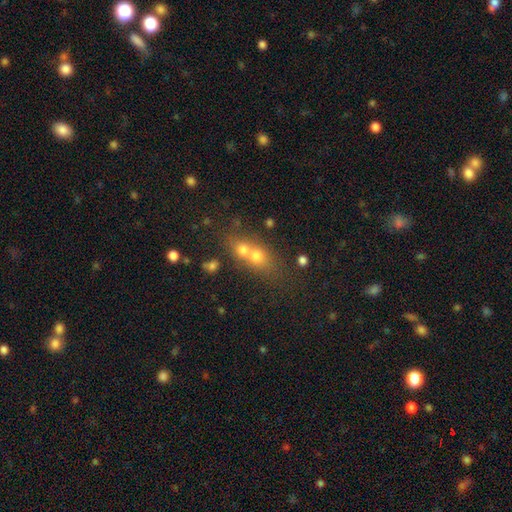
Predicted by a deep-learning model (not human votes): This appears to be a smooth galaxy with no disk features (64%) that is round (56%). Merging: merger (66%).